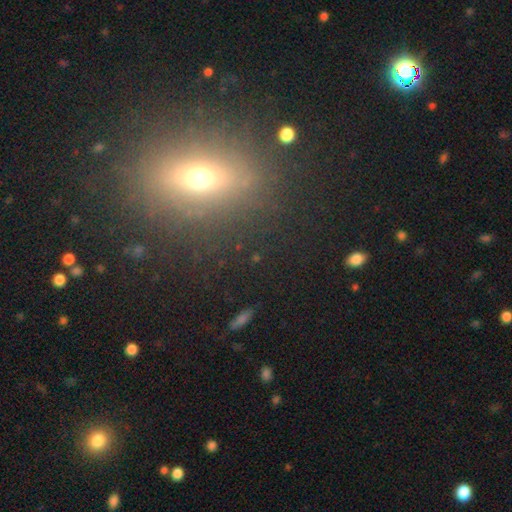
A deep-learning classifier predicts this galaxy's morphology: smooth_or_featured: smooth (p=0.45) [alt: star or artifact p=0.31]
merging: none (p=0.84) [alt: minor disturbance p=0.09]